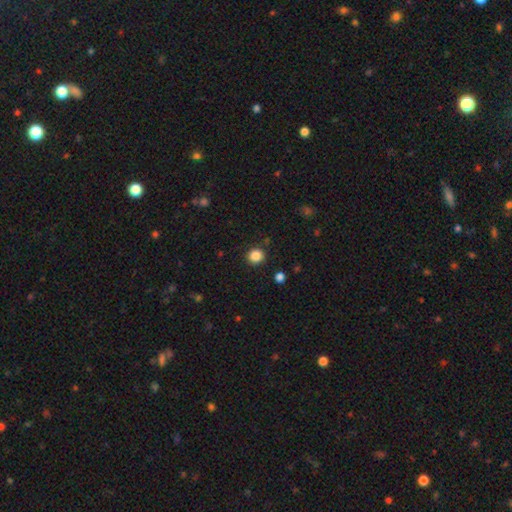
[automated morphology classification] This appears to be a smooth galaxy with no disk features (86%) that is round (88%). Merging: none (90%).